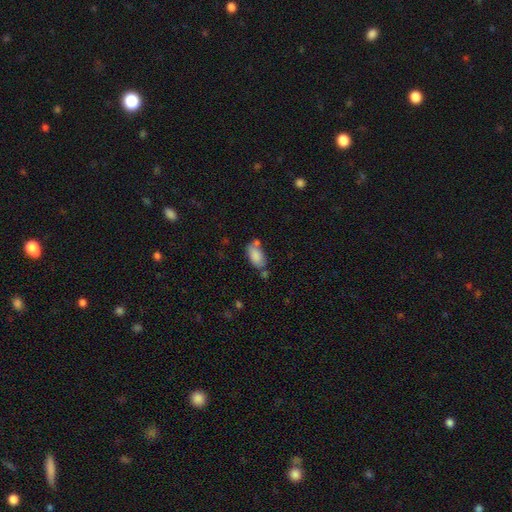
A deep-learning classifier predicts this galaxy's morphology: Smooth or featured: smooth — 84% (featured or disk — 8%)
How rounded: in between — 92% (cigar-shaped — 4%)
Merging: none — 55% (merger — 20%)